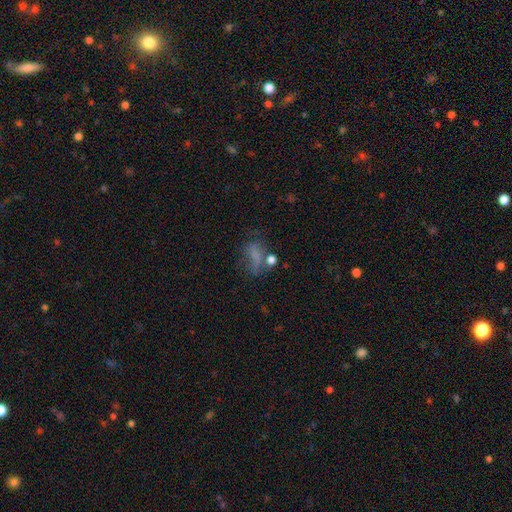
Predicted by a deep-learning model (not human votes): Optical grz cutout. It shows a smooth galaxy with no disk features (55%) that is in between round and cigar-shaped (69%). Merging: none (37%).